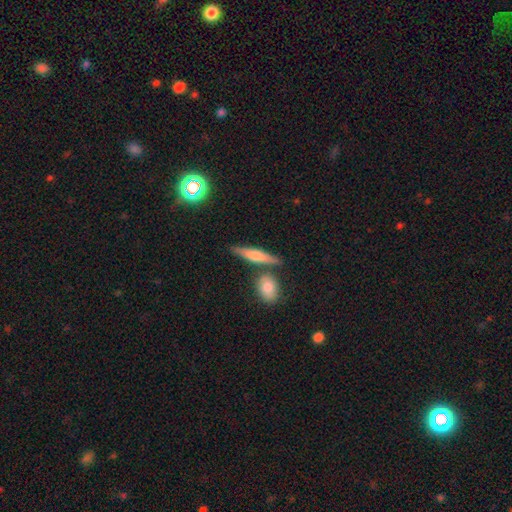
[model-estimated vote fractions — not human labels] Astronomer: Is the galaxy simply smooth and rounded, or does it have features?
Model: smooth — 48% (runner-up: featured or disk, 44%).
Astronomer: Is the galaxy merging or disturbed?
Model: none — 75%.